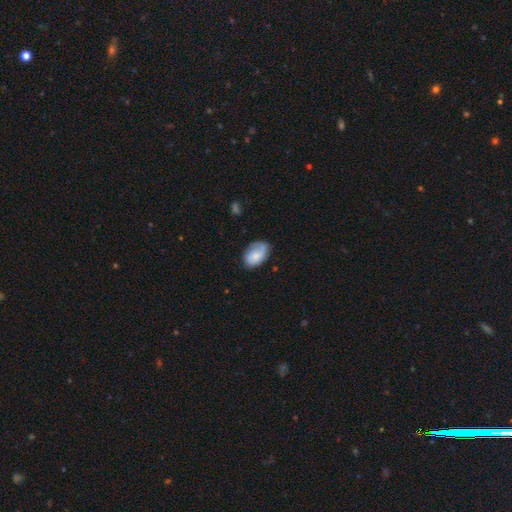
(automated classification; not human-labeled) smooth_or_featured: smooth (p=0.51) [alt: featured or disk p=0.43]
how_rounded: in between (p=0.85) [alt: round p=0.13]
merging: none (p=0.59) [alt: minor disturbance p=0.28]